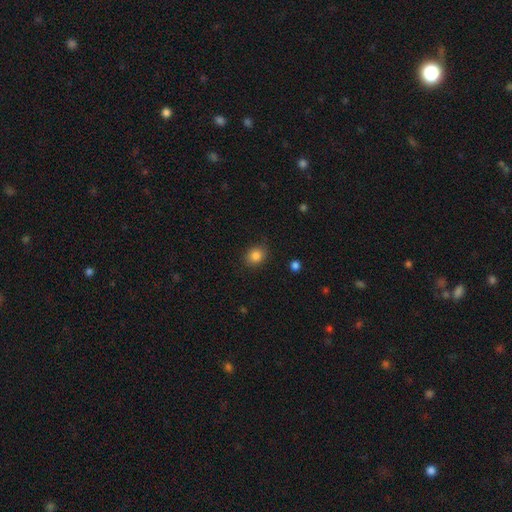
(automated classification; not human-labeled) A smooth galaxy with no disk features (84%) that is round (60%). Merging: none (85%).